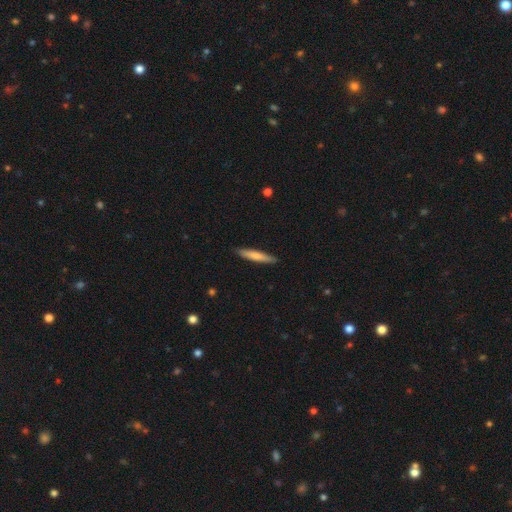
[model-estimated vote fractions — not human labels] A smooth galaxy with no disk features (71%) that is cigar-shaped (91%). Merging: none (89%).